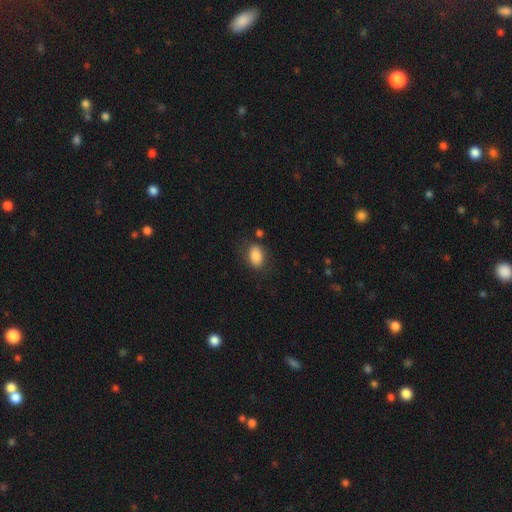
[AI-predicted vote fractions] Smooth or featured? smooth (85%)
How rounded? in between (82%)
Merging? none (77%)